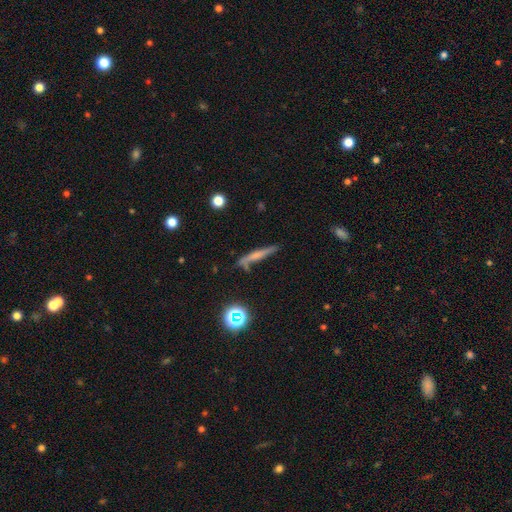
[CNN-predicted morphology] Smooth or featured? Predicted: smooth (p=0.48). Merging? Predicted: none (p=0.69).